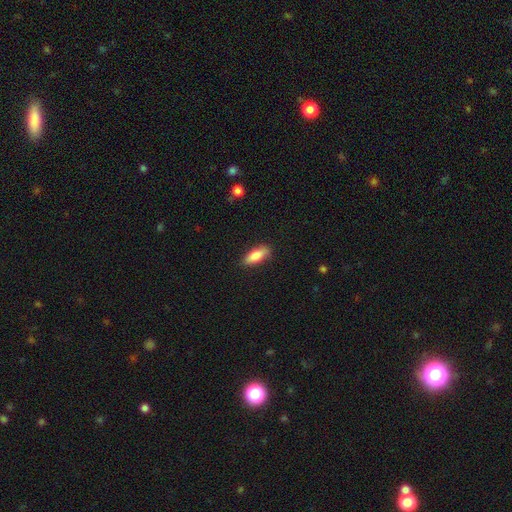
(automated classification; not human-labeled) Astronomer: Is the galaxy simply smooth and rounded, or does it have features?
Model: smooth — 79%.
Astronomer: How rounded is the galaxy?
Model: in between — 67%.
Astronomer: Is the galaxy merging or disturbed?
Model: none — 82%.